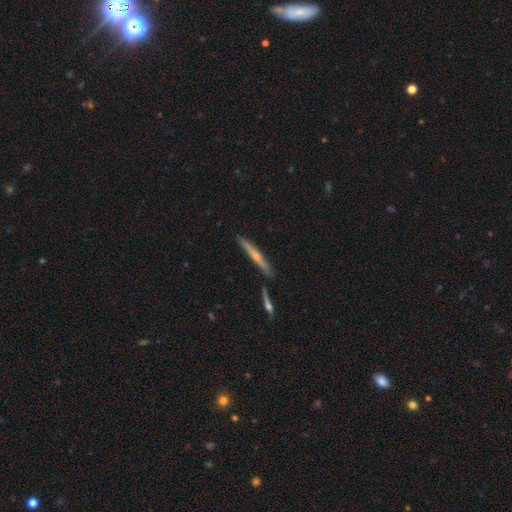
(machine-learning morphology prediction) Smooth or featured: featured or disk — 57% (smooth — 37%)
Edge-on disk: yes — 94% (no — 6%)
Edge-on bulge: rounded — 66% (none — 30%)
Merging: none — 77% (minor disturbance — 12%)